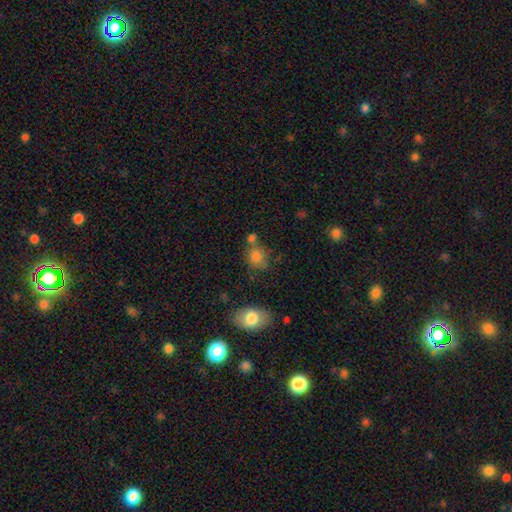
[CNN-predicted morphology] Smooth or featured? Predicted: smooth (p=0.80). How rounded? Predicted: round (p=0.55). Merging? Predicted: none (p=0.56).